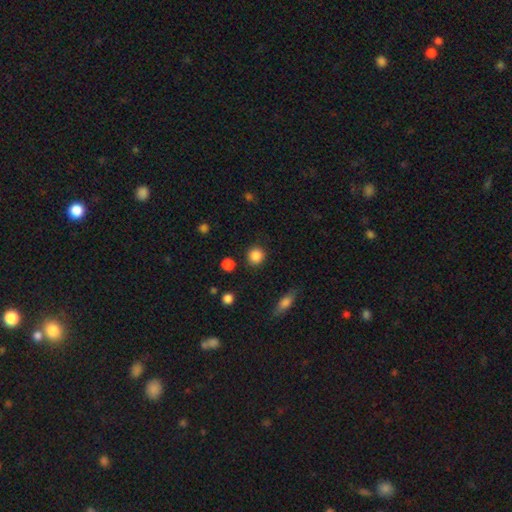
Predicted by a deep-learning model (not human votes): smooth-or-featured: smooth: 86% | star or artifact: 10% | featured or disk: 4%
  how-rounded: round: 92% | in between: 7% | cigar-shaped: 1%
  merging: none: 88% | minor disturbance: 7% | major disturbance: 2% | merger: 2%